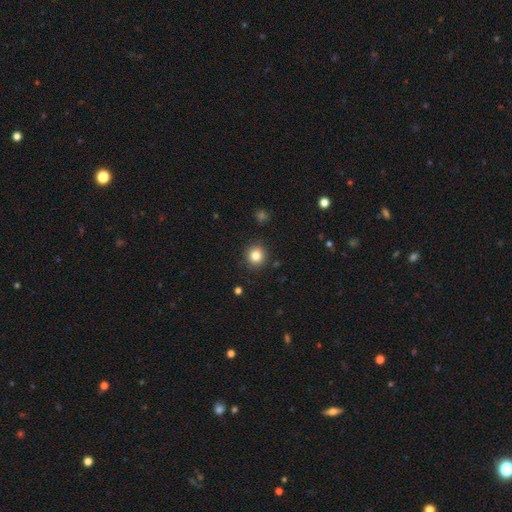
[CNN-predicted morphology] This is clearly a smooth galaxy (83%). How rounded: clearly round (91%). Merging: clearly none (90%).